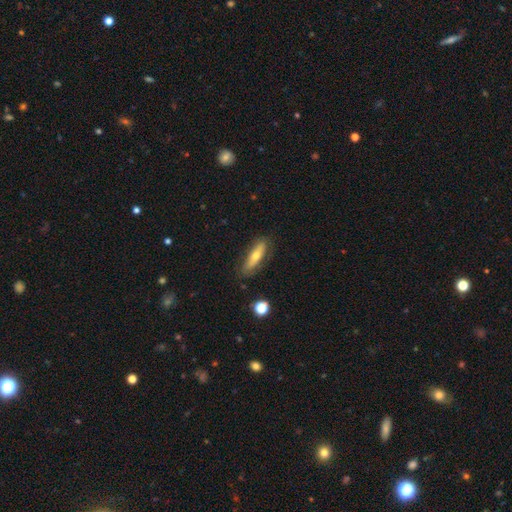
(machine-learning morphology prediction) type=smooth (54%); roundness=cigar-shaped (66%); merging=none (79%).